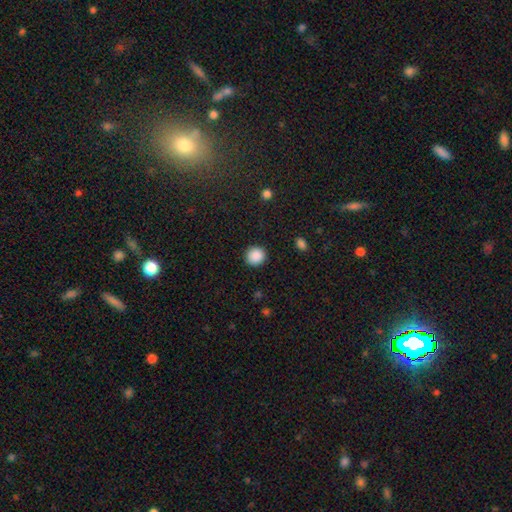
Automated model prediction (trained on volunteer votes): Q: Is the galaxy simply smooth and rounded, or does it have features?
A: smooth — 89%.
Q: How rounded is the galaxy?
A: round — 90%.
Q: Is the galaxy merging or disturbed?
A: none — 91%.